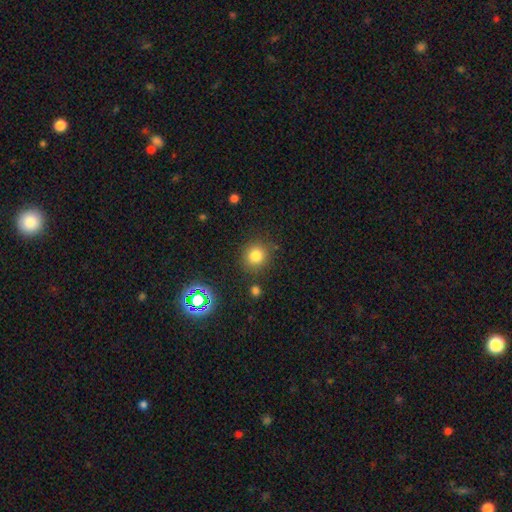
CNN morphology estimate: smooth 79%, star or artifact 15%, featured or disk 6%. Down the decision tree: how rounded — round (89%); merging — none (84%).